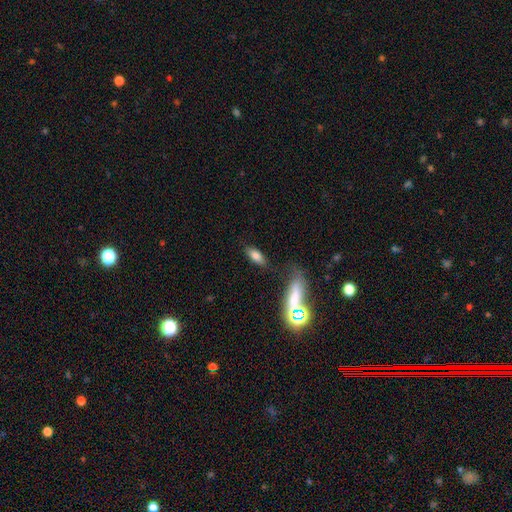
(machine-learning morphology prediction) Overall: smooth (76%). How rounded: in between (77%). Merging: none (75%).